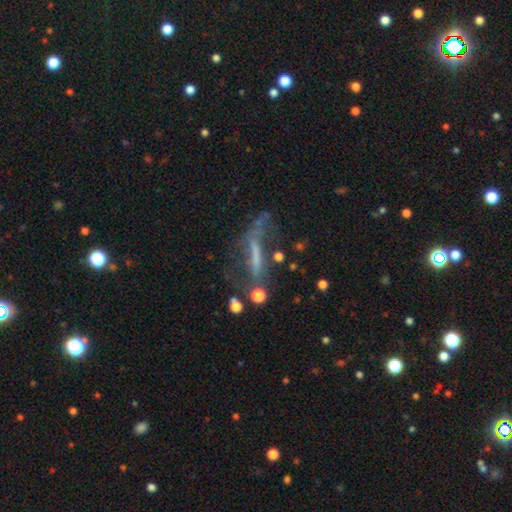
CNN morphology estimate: Smooth or featured?
  - featured or disk: 54% *
  - smooth: 29%
  - star or artifact: 17%
Edge-on disk?
  - no: 61% *
  - yes: 39%
Merging?
  - none: 37% *
  - major disturbance: 32%
  - minor disturbance: 21%
  - merger: 10%